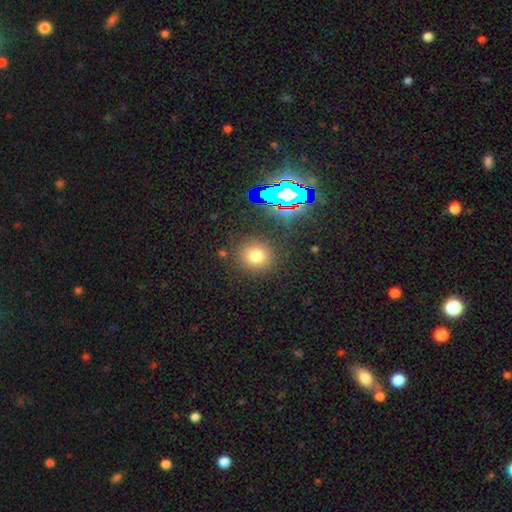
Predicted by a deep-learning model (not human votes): Smooth or featured: smooth — 72% (star or artifact — 20%)
How rounded: round — 85% (in between — 14%)
Merging: none — 86% (minor disturbance — 8%)